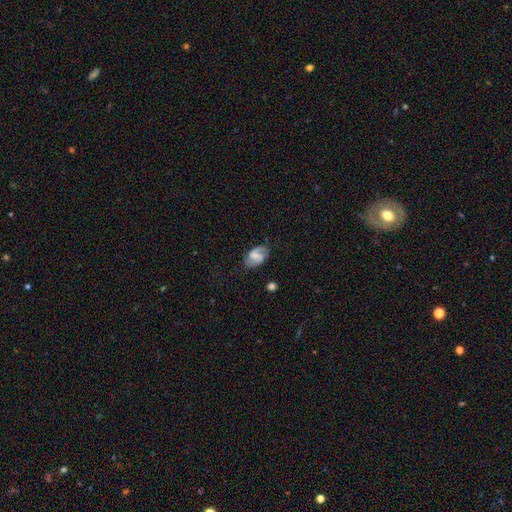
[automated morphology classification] Smooth or featured: featured or disk — 66% (smooth — 27%)
Edge-on disk: no — 97% (yes — 3%)
Bar: weak — 51% (strong — 28%)
Spiral arms: yes — 90% (no — 10%)
Spiral winding: medium — 48% (loose — 30%)
Spiral arm count: 2 — 86% (can't tell — 7%)
Bulge size: small — 36% (moderate — 33%)
Merging: none — 72% (minor disturbance — 19%)